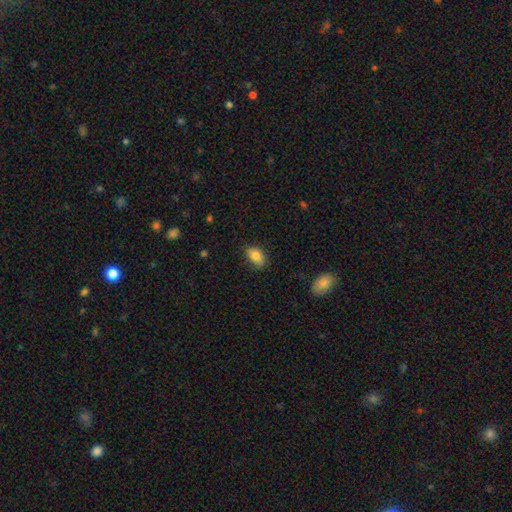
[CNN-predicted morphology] Smooth or featured?
  - smooth: 83% *
  - featured or disk: 9%
  - star or artifact: 8%
How rounded?
  - in between: 89% *
  - round: 8%
  - cigar-shaped: 2%
Merging?
  - none: 80% *
  - minor disturbance: 16%
  - major disturbance: 3%
  - merger: 1%